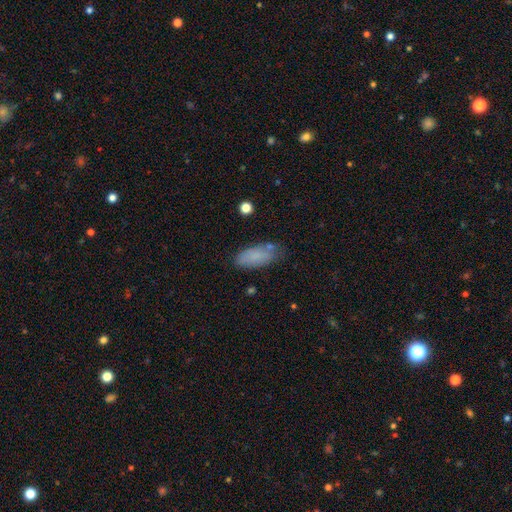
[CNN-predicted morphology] Q: Smooth or featured?
A: smooth (80%); runner-up: featured or disk (12%)
Q: How rounded?
A: in between (85%); runner-up: cigar-shaped (13%)
Q: Merging?
A: none (65%); runner-up: minor disturbance (23%)